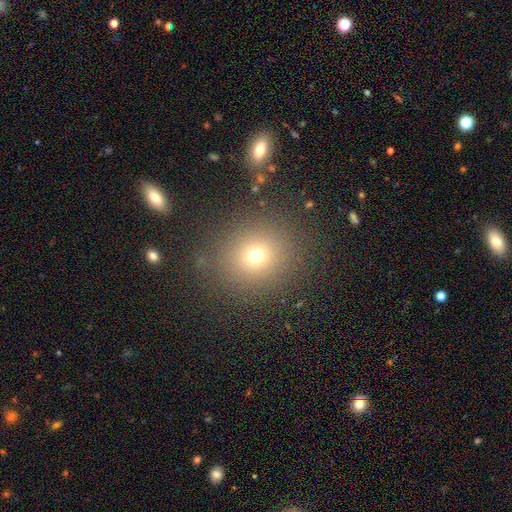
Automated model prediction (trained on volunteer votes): The model was most divided on "smooth or featured": smooth: 70%, star or artifact: 21%, featured or disk: 10%. More confident: merging — none (86%); how rounded — round (85%).